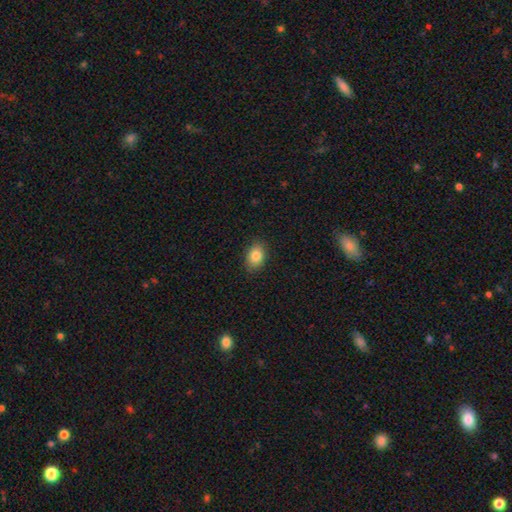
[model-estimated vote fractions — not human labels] Q: Smooth or featured?
A: smooth (85%); runner-up: star or artifact (8%)
Q: How rounded?
A: in between (78%); runner-up: round (21%)
Q: Merging?
A: none (87%); runner-up: minor disturbance (10%)